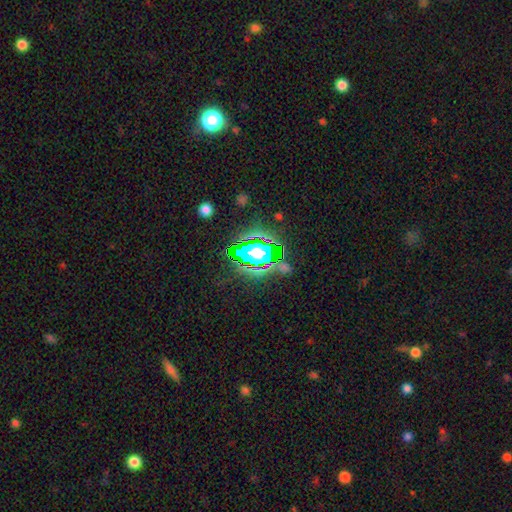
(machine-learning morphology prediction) star or artifact 54%, smooth 29%, featured or disk 17%.